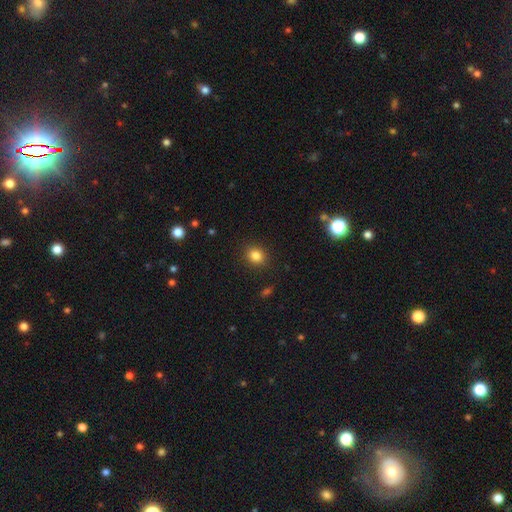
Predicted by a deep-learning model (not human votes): The model was most divided on "how rounded": round: 64%, in between: 35%, cigar-shaped: 1%. More confident: merging — none (89%); smooth or featured — smooth (84%).